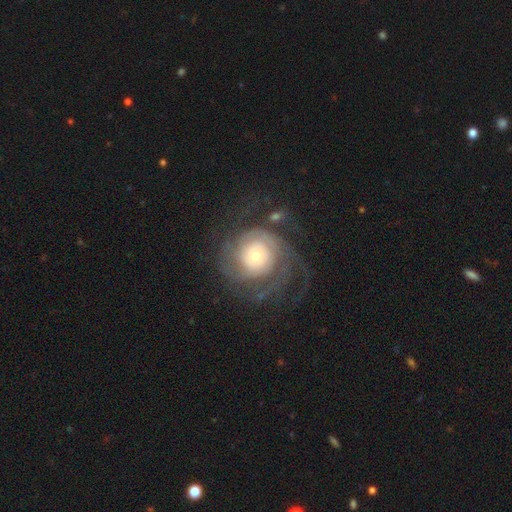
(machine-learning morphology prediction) Smooth or featured? Predicted: featured or disk (p=0.81). Edge-on disk? Predicted: no (p=0.98). Bar? Predicted: no (p=0.79). Spiral arms? Predicted: yes (p=0.93). Spiral winding? Predicted: tight (p=0.62). Spiral arm count? Predicted: can't tell (p=0.32). Bulge size? Predicted: moderate (p=0.42). Merging? Predicted: none (p=0.61).